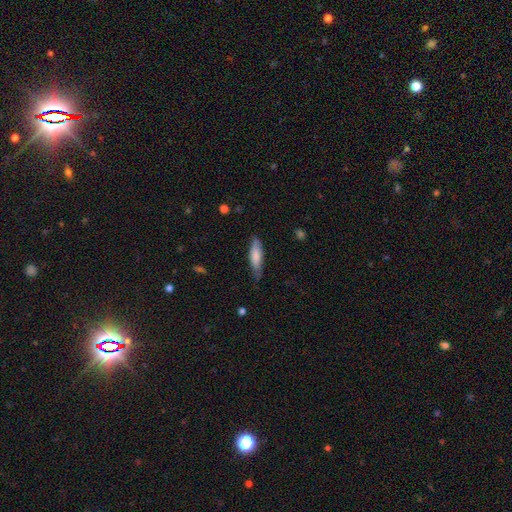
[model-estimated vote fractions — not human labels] A smooth galaxy with no disk features (74%) that is cigar-shaped (64%). Merging: none (71%).